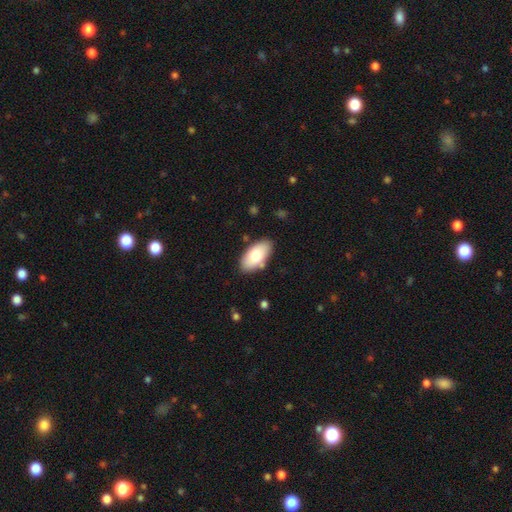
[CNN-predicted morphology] This appears to be a smooth galaxy with no disk features (74%) that is in between round and cigar-shaped (94%). Merging: none (83%).